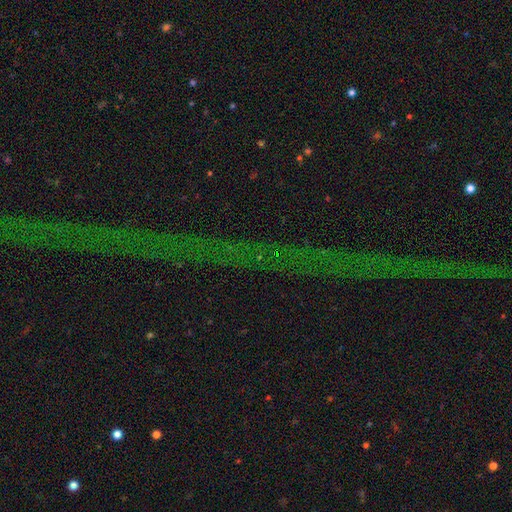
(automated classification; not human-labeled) star or artifact 81%, featured or disk 11%, smooth 7%.